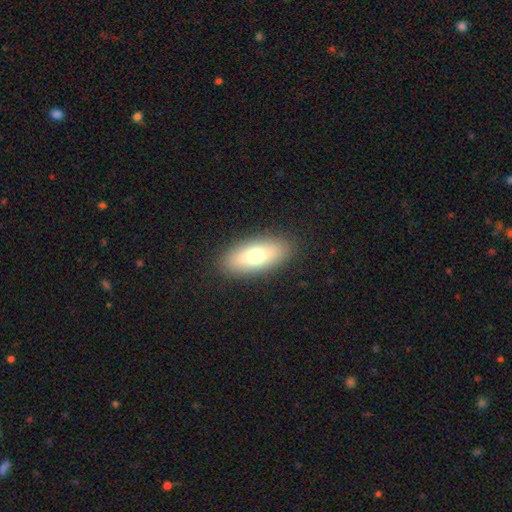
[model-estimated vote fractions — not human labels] The model was most divided on "smooth or featured": smooth: 73%, featured or disk: 20%, star or artifact: 7%. More confident: merging — none (89%); how rounded — in between (80%).